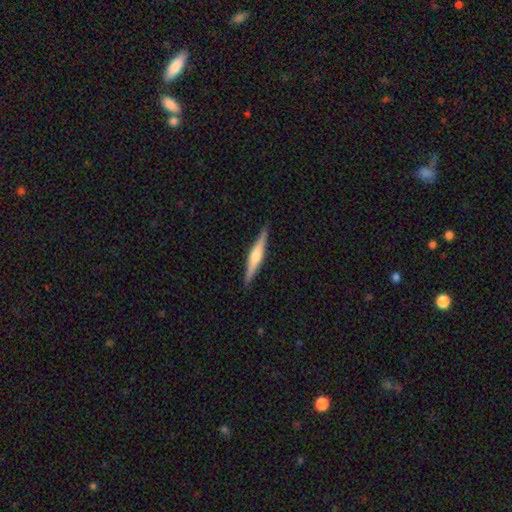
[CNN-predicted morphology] The model was most divided on "smooth or featured": featured or disk: 65%, smooth: 30%, star or artifact: 5%. More confident: edge-on disk — yes (98%); merging — none (90%); edge-on bulge — rounded (75%).